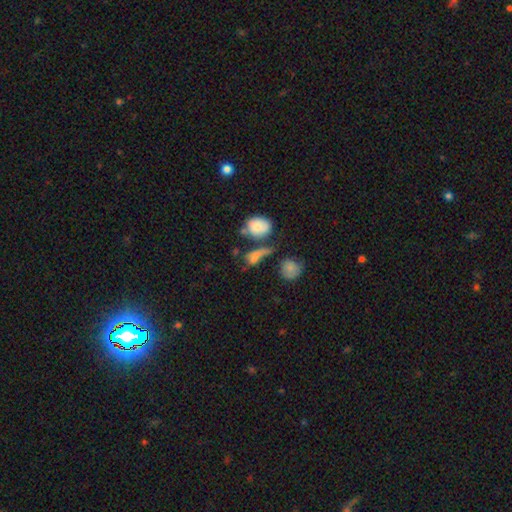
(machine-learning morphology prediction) Smooth or featured? Predicted: smooth (p=0.71). How rounded? Predicted: in between (p=0.65). Merging? Predicted: merger (p=0.36).